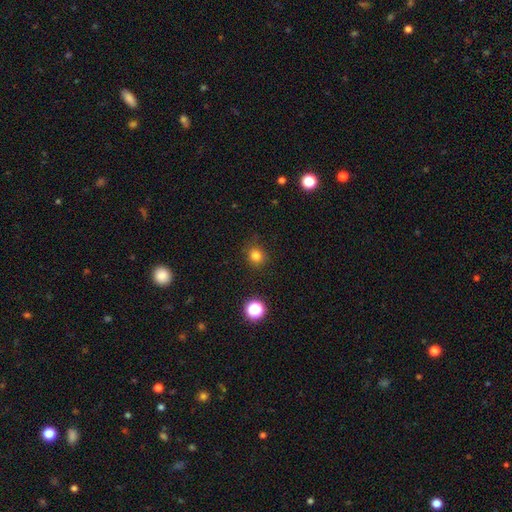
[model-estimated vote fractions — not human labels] The model was most divided on "smooth or featured": smooth: 80%, star or artifact: 15%, featured or disk: 4%. More confident: how rounded — round (90%); merging — none (85%).